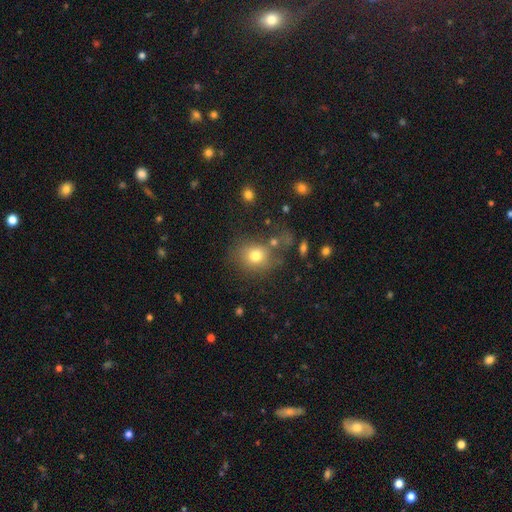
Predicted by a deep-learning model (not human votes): A smooth galaxy with no disk features (76%) that is round (70%). Merging: none (65%).